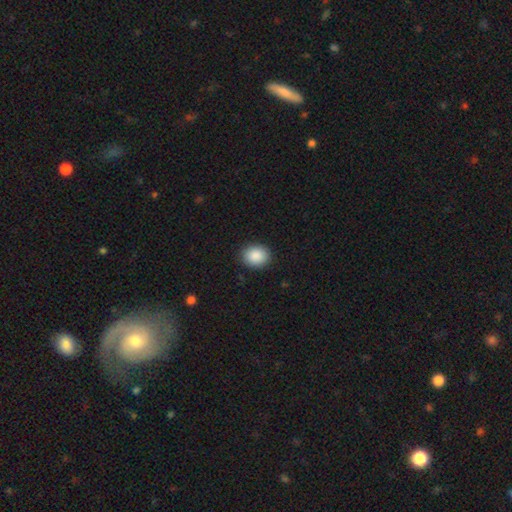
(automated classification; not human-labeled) smooth_or_featured: smooth (p=0.89) [alt: star or artifact p=0.07]
how_rounded: round (p=0.56) [alt: in between p=0.43]
merging: none (p=0.90) [alt: minor disturbance p=0.07]